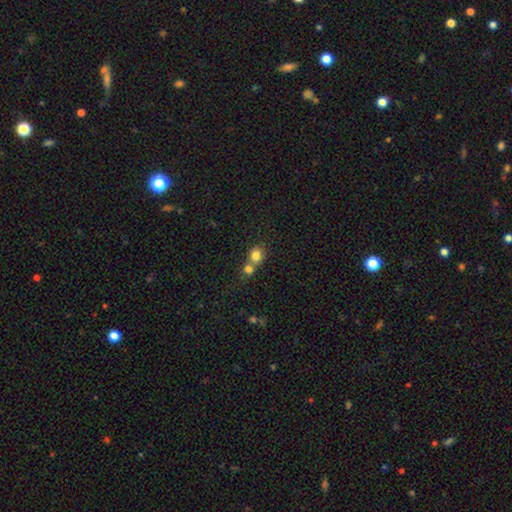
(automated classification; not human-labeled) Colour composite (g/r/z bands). It shows a smooth galaxy with no disk features (80%) that is round (83%). Merging: merger (53%).